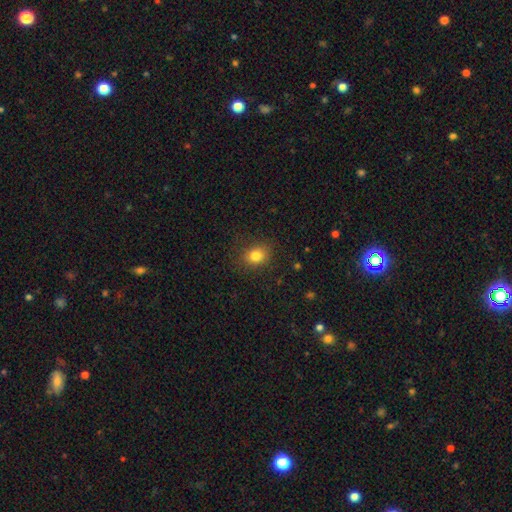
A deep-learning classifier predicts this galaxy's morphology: Smooth or featured: smooth — 81% (star or artifact — 12%)
How rounded: round — 58% (in between — 41%)
Merging: none — 85% (minor disturbance — 11%)